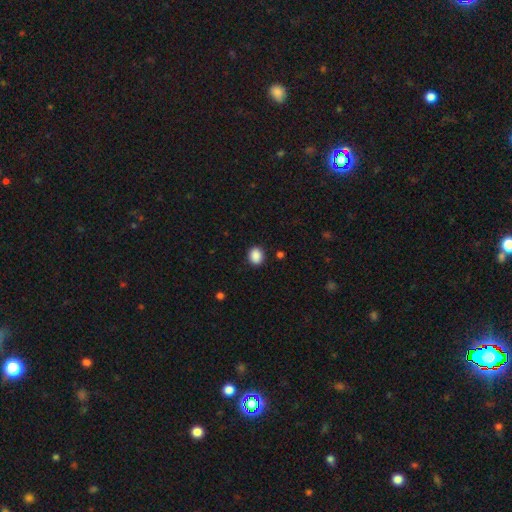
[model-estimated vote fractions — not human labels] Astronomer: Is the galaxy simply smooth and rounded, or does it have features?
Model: smooth — 89%.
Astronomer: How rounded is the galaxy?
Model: round — 59% (runner-up: in between, 40%).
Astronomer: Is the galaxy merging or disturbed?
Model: none — 89%.